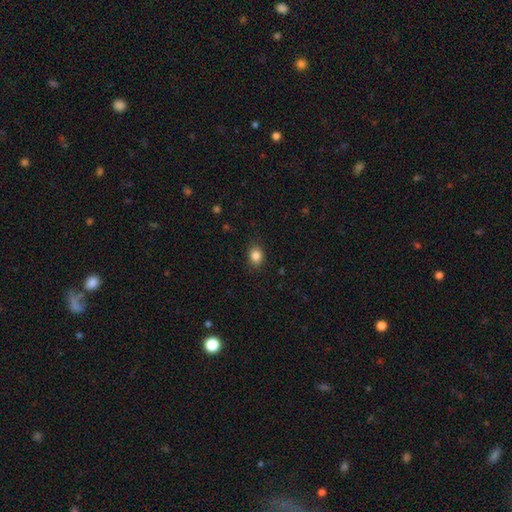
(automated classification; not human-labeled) Smooth or featured? Predicted: smooth (p=0.85). How rounded? Predicted: in between (p=0.51). Merging? Predicted: none (p=0.87).